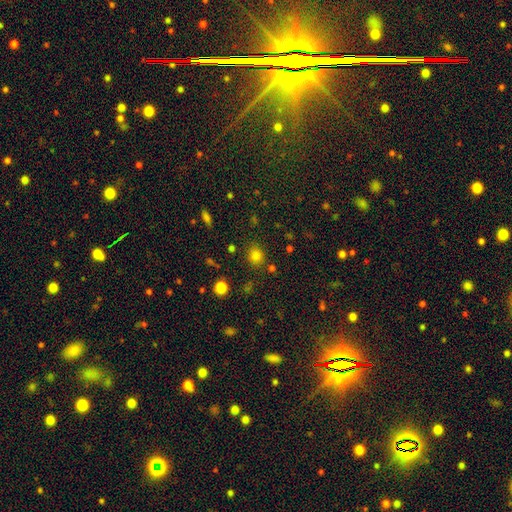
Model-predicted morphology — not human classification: Smooth or featured? smooth (78%)
How rounded? round (79%)
Merging? none (83%)